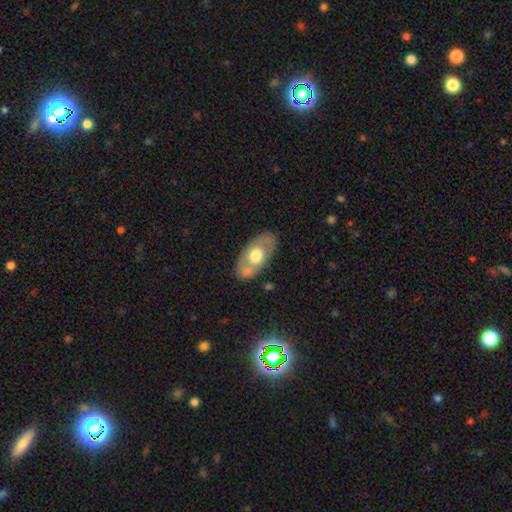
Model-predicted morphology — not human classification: Smooth or featured: featured or disk — 48% (smooth — 46%)
Merging: none — 76% (minor disturbance — 15%)